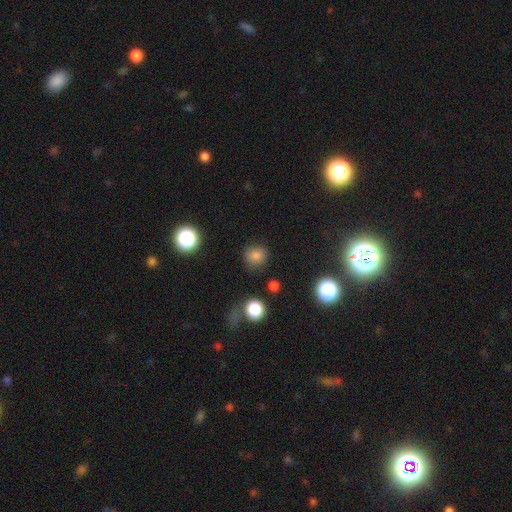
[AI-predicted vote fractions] The model was most divided on "smooth or featured": smooth: 80%, star or artifact: 15%, featured or disk: 5%. More confident: how rounded — round (89%); merging — none (86%).